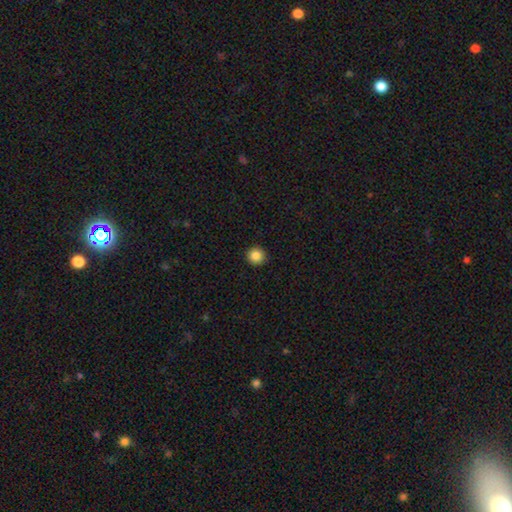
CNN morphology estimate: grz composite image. It shows a smooth galaxy with no disk features (86%) that is round (94%). Merging: none (92%).